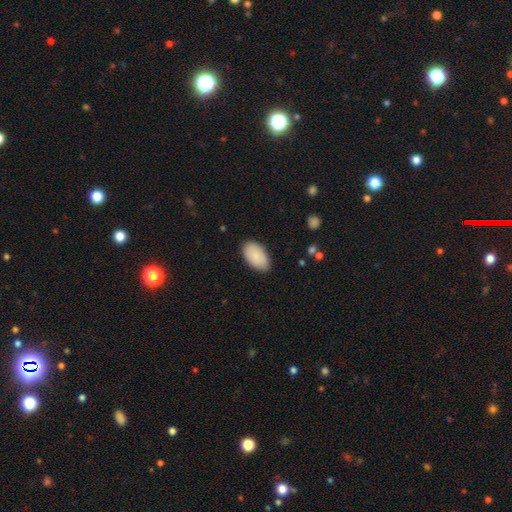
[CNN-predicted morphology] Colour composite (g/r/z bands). It shows a smooth galaxy with no disk features (89%) that is in between round and cigar-shaped (95%). Merging: none (86%).